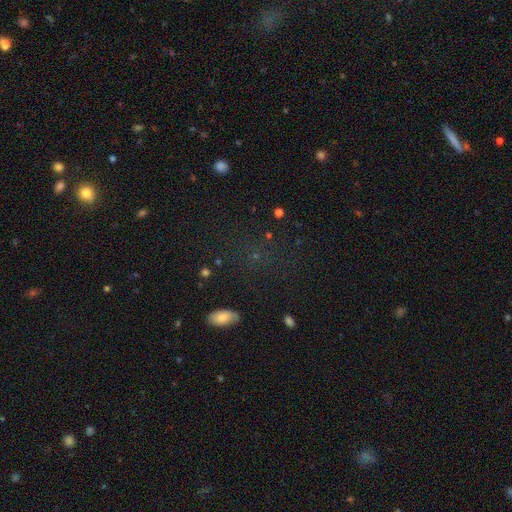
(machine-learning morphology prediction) Smooth or featured: star or artifact — 43% (tied with smooth — 43%)